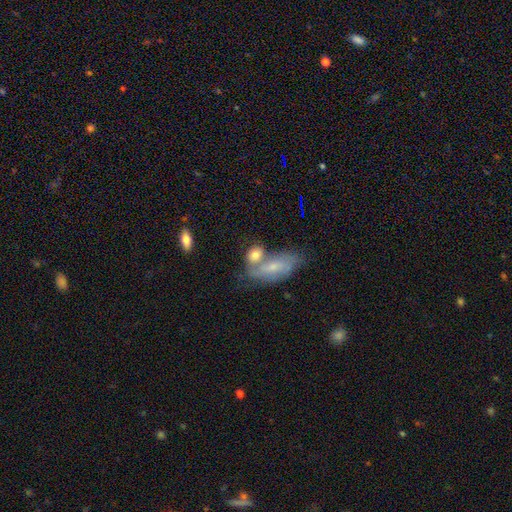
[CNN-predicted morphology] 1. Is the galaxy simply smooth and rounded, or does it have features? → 65% smooth, 26% featured or disk, 9% star or artifact.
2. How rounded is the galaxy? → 71% in between, 21% round, 8% cigar-shaped.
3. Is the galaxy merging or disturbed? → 42% merger, 36% none, 15% minor disturbance, 7% major disturbance.